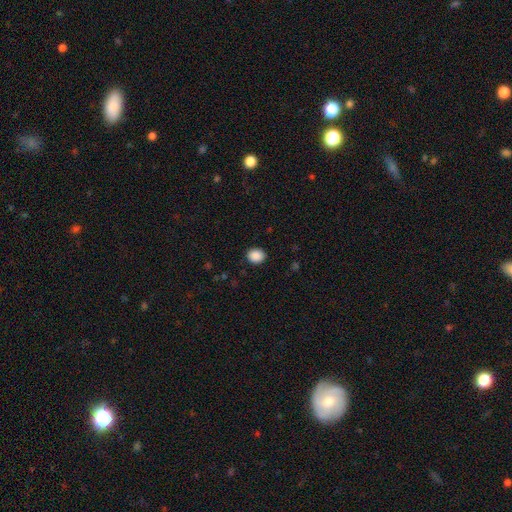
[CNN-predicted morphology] This is clearly a smooth galaxy (89%). How rounded: likely round (65%). Merging: clearly none (90%).